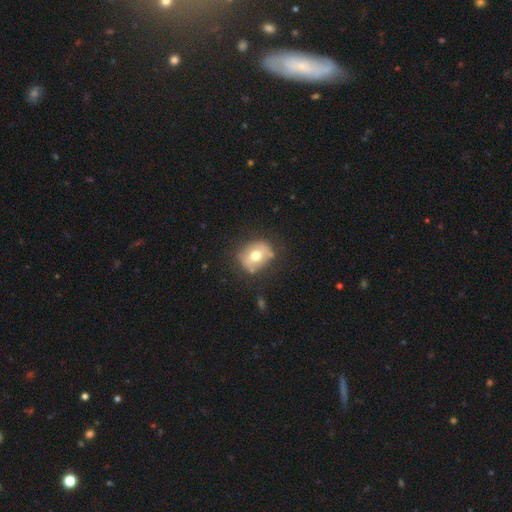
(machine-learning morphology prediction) type=smooth (58%); roundness=round (61%); merging=none (71%).